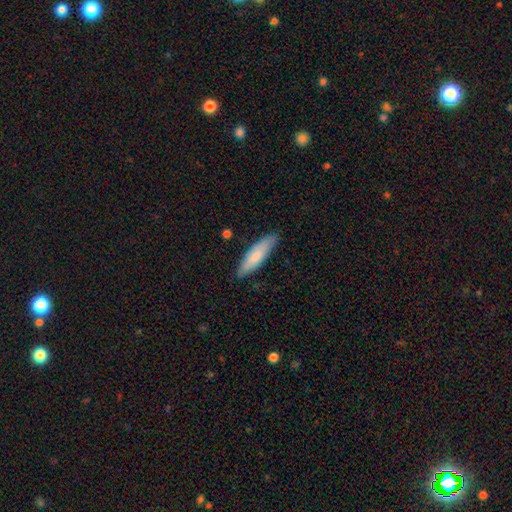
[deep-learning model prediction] smooth_or_featured: smooth (p=0.77) [alt: featured or disk p=0.18]
how_rounded: cigar-shaped (p=0.68) [alt: in between p=0.31]
merging: none (p=0.85) [alt: minor disturbance p=0.12]